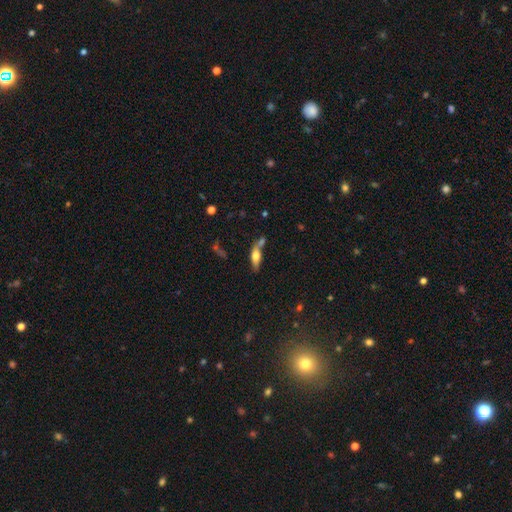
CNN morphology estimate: Smooth or featured: smooth — 52% (featured or disk — 40%)
How rounded: in between — 51% (cigar-shaped — 45%)
Merging: none — 49% (merger — 28%)